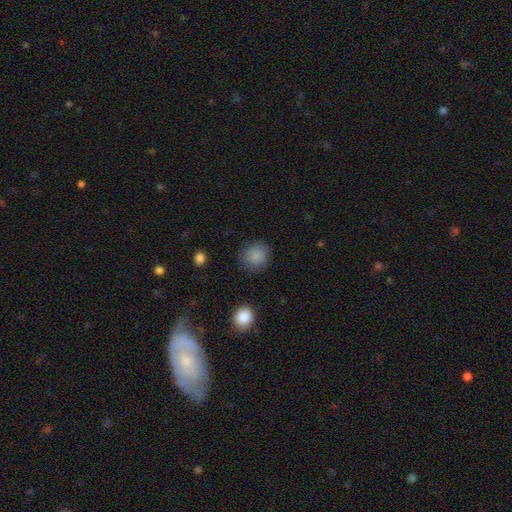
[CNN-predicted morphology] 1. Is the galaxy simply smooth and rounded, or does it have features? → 86% smooth, 9% star or artifact, 4% featured or disk.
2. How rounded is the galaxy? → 84% round, 15% in between, 1% cigar-shaped.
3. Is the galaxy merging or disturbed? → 82% none, 13% minor disturbance, 4% major disturbance, 1% merger.